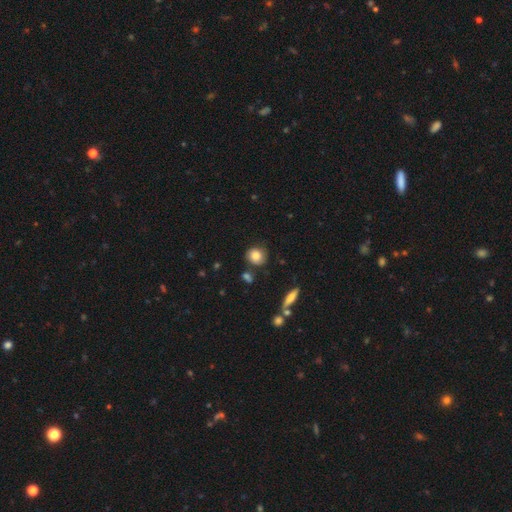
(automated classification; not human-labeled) Q: Smooth or featured?
A: smooth (79%); runner-up: featured or disk (12%)
Q: How rounded?
A: round (78%); runner-up: in between (20%)
Q: Merging?
A: none (73%); runner-up: minor disturbance (18%)